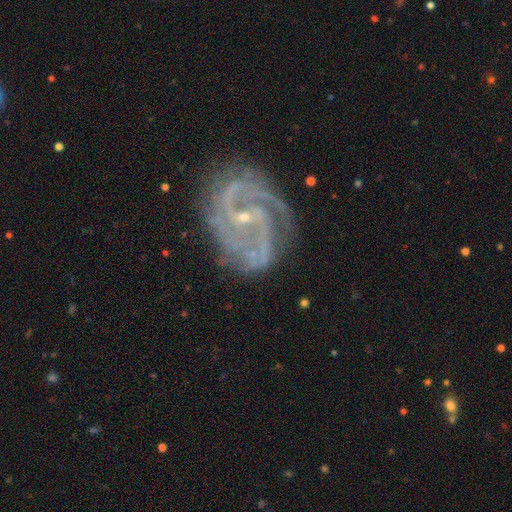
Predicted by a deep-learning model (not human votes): smooth-or-featured: featured or disk: 90% | star or artifact: 6% | smooth: 4%
  disk-edge-on: no: 98% | yes: 2%
    bar: weak: 41% | no: 40% | strong: 19%
    has-spiral-arms: yes: 98% | no: 2%
      spiral-winding: medium: 46% | tight: 45% | loose: 9%
      spiral-arm-count: 2: 33% | 3: 31% | can't tell: 12% | 4: 11% | more than 4: 7% | 1: 7%
    bulge-size: small: 81% | moderate: 14% | none: 3% | large: 1% | dominant: 1%
  merging: none: 66% | minor disturbance: 19% | major disturbance: 11% | merger: 3%